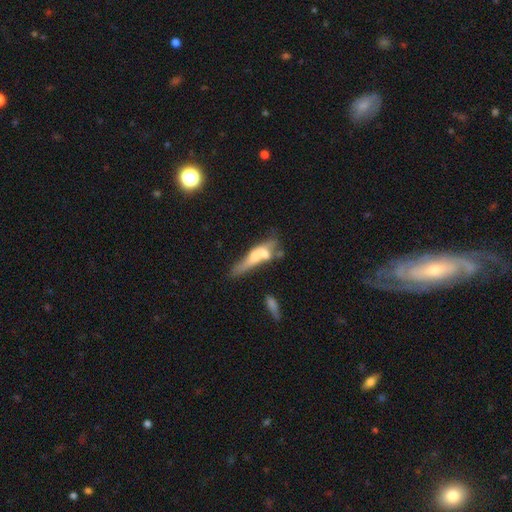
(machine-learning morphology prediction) A featured or disk galaxy (47%). Merging: merger (44%).